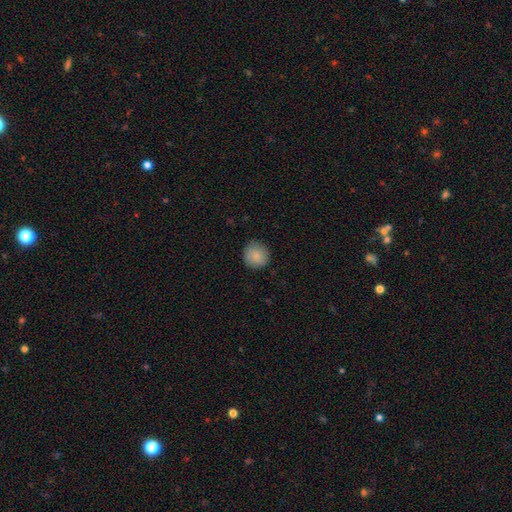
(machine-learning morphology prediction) smooth-or-featured: smooth: 86% | star or artifact: 8% | featured or disk: 6%
  how-rounded: round: 92% | in between: 7% | cigar-shaped: 1%
  merging: none: 85% | minor disturbance: 11% | major disturbance: 2% | merger: 1%